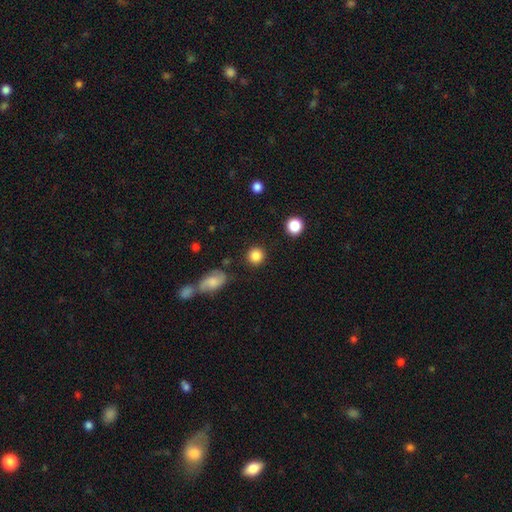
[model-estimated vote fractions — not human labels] Smooth or featured?
  - smooth: 86% *
  - star or artifact: 9%
  - featured or disk: 5%
How rounded?
  - round: 91% *
  - in between: 8%
  - cigar-shaped: 1%
Merging?
  - none: 88% *
  - minor disturbance: 7%
  - merger: 3%
  - major disturbance: 3%